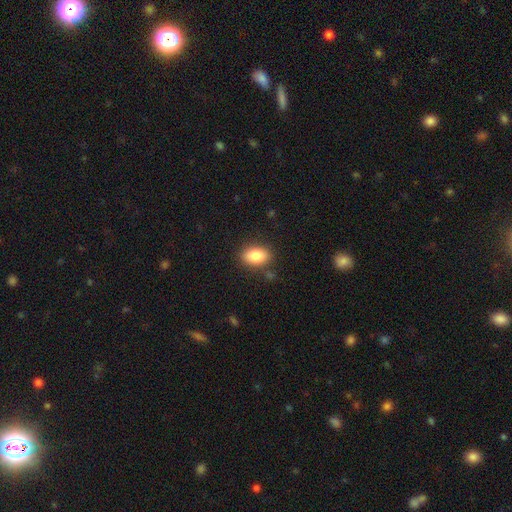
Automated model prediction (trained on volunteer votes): The model was most divided on "merging": none: 85%, minor disturbance: 10%, major disturbance: 3%, merger: 2%. More confident: how rounded — in between (87%); smooth or featured — smooth (84%).